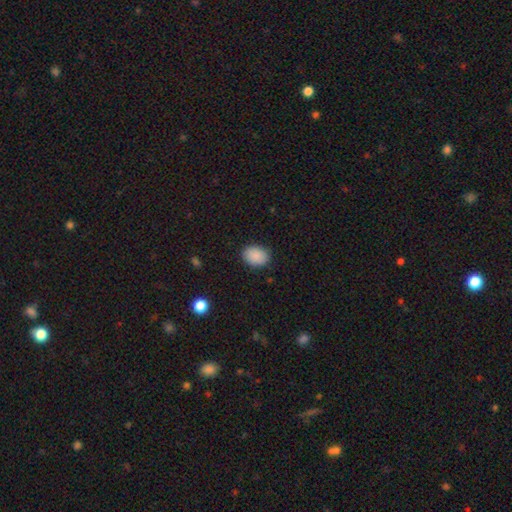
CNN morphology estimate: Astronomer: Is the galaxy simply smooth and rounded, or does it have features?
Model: smooth — 89%.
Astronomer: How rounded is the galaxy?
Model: in between — 67%.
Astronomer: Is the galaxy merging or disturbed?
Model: none — 85%.